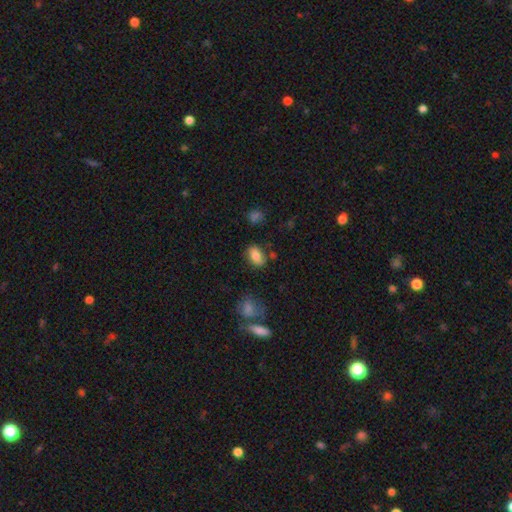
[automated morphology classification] Q: Smooth or featured?
A: smooth (80%); runner-up: featured or disk (11%)
Q: How rounded?
A: in between (86%); runner-up: round (12%)
Q: Merging?
A: none (76%); runner-up: minor disturbance (15%)